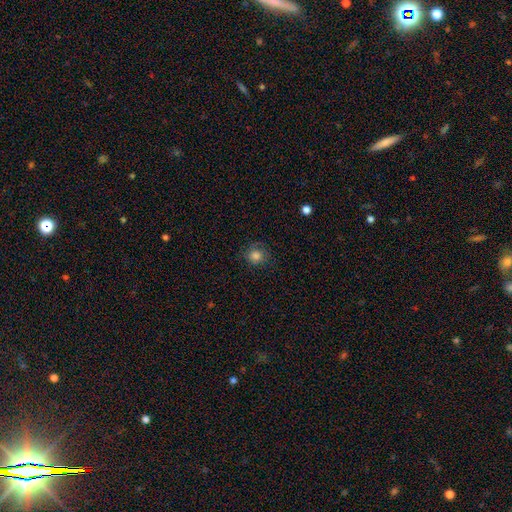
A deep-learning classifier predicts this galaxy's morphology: Smooth or featured? smooth (78%)
How rounded? round (86%)
Merging? none (74%)